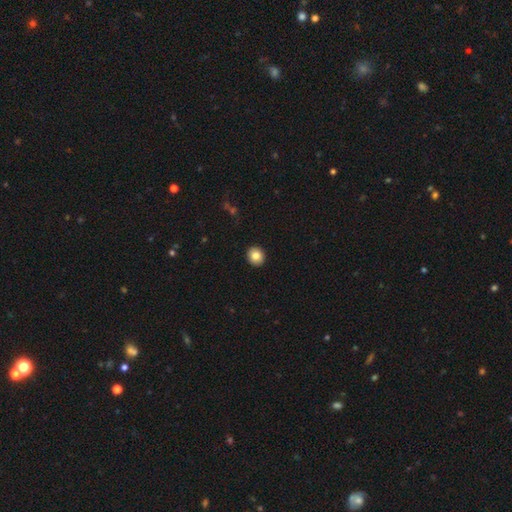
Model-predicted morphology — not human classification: type=smooth (85%); roundness=round (75%); merging=none (93%).